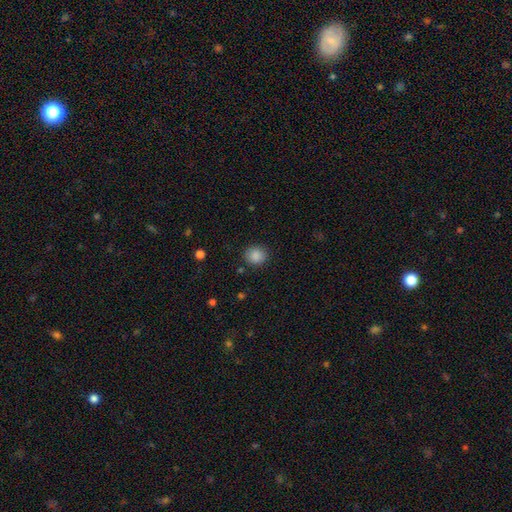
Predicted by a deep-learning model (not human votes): This appears to be a smooth galaxy with no disk features (87%) that is round (82%). Merging: none (88%).